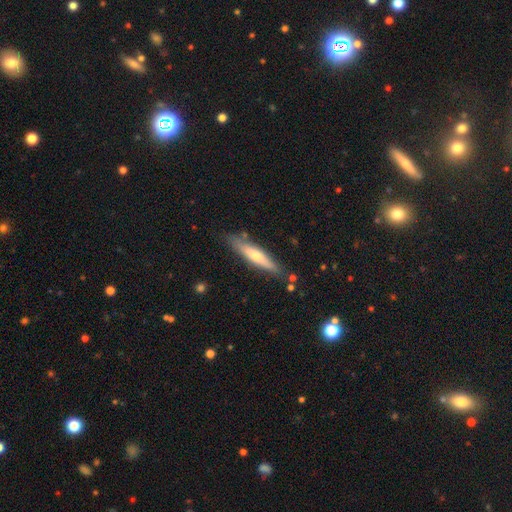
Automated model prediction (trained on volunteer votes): Smooth or featured: smooth — 51% (featured or disk — 43%)
How rounded: cigar-shaped — 86% (in between — 13%)
Merging: none — 80% (minor disturbance — 13%)